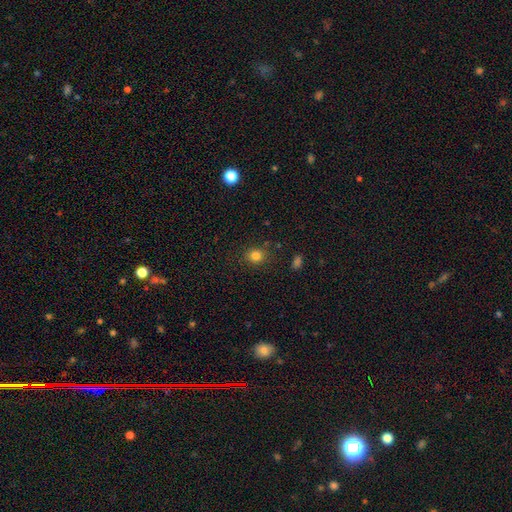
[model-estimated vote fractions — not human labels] Overall: smooth (82%). How rounded: round (76%). Merging: none (84%).